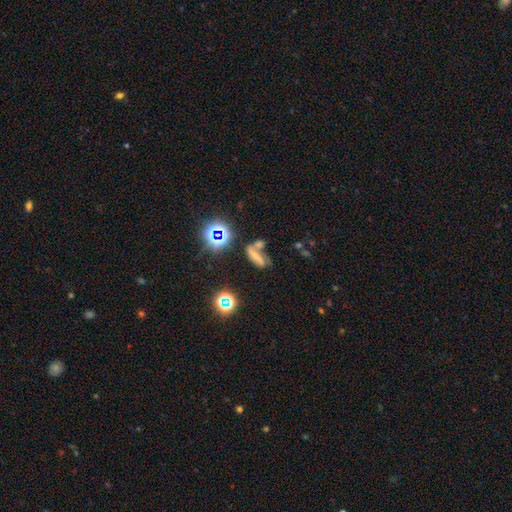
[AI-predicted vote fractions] This is possibly a smooth galaxy (46%). Merging: marginally merger (39%).